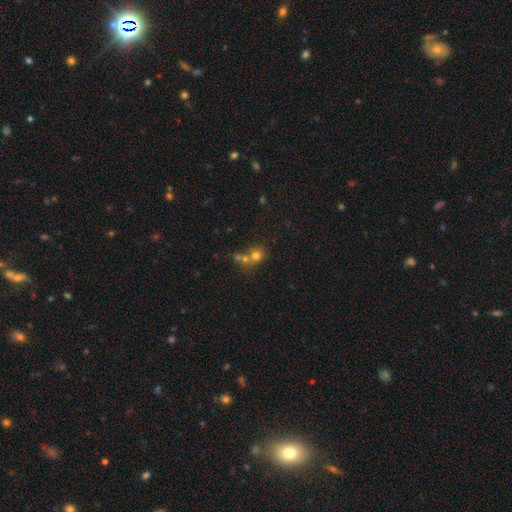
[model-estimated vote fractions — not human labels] A smooth galaxy with no disk features (70%) that is round (79%).

Vote fractions:
- Smooth or featured? smooth: 70% / star or artifact: 17% / featured or disk: 13%
- How rounded? round: 79% / in between: 20% / cigar-shaped: 1%
- Merging? merger: 46% / none: 42% / minor disturbance: 8% / major disturbance: 4%